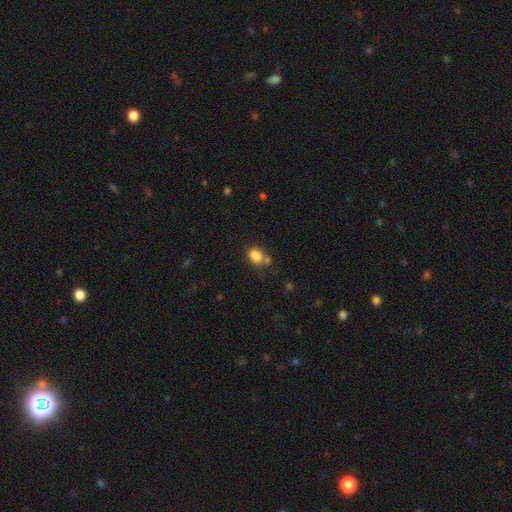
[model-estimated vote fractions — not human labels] Q: Smooth or featured?
A: smooth (83%); runner-up: star or artifact (11%)
Q: How rounded?
A: in between (75%); runner-up: round (23%)
Q: Merging?
A: none (56%); runner-up: merger (20%)